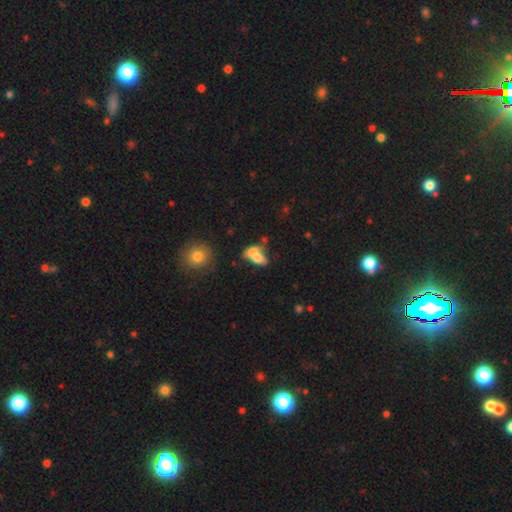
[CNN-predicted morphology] smooth-or-featured: smooth: 64% | featured or disk: 26% | star or artifact: 10%
  how-rounded: in between: 82% | round: 11% | cigar-shaped: 7%
  merging: merger: 58% | none: 22% | minor disturbance: 10% | major disturbance: 9%